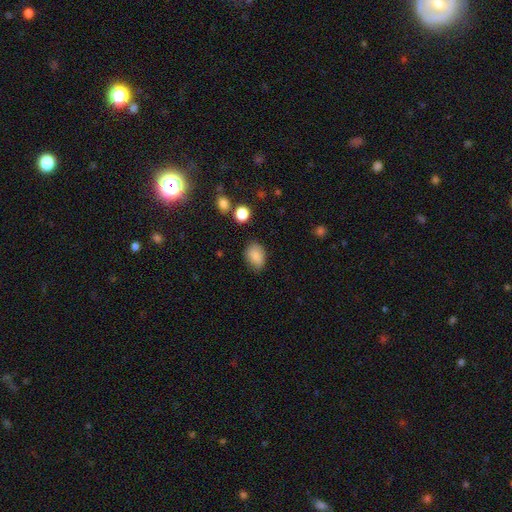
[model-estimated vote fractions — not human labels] Overall: smooth (86%). How rounded: in between (77%). Merging: none (74%).